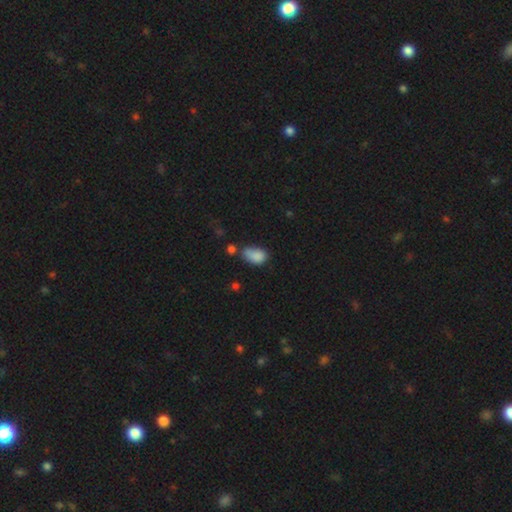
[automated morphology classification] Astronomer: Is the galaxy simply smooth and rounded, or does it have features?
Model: smooth — 84%.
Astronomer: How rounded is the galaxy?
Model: in between — 87%.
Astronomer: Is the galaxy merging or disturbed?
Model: none — 40% (runner-up: minor disturbance, 33%).